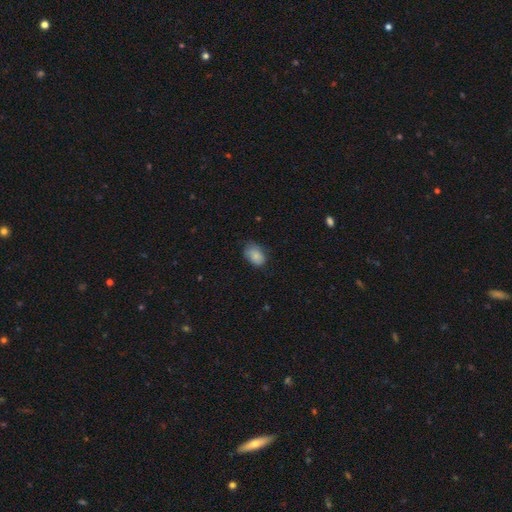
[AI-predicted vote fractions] This appears to be a smooth galaxy with no disk features (85%) that is in between round and cigar-shaped (84%). Merging: none (65%).